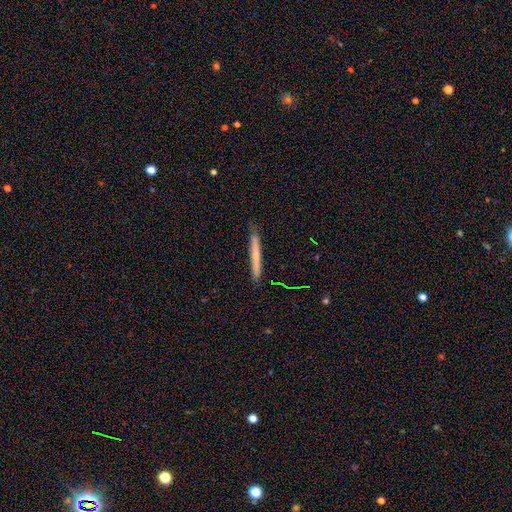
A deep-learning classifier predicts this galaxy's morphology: A smooth galaxy with no disk features (58%) that is cigar-shaped (97%). Merging: none (88%).